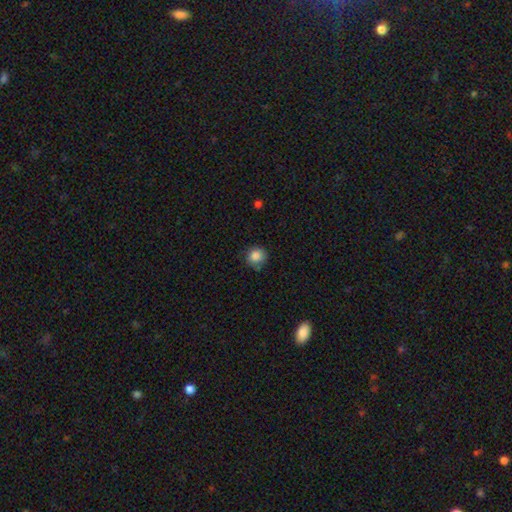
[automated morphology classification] A smooth galaxy with no disk features (84%) that is round (90%).

Vote fractions:
- Smooth or featured? smooth: 84% / star or artifact: 10% / featured or disk: 6%
- How rounded? round: 90% / in between: 9% / cigar-shaped: 1%
- Merging? none: 76% / minor disturbance: 18% / major disturbance: 3% / merger: 2%